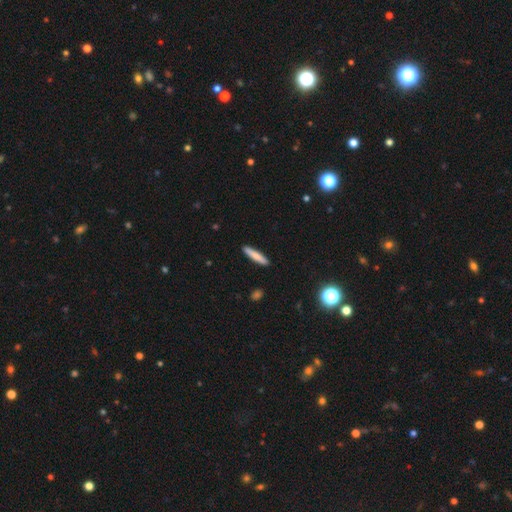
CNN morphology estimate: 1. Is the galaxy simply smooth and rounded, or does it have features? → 77% smooth, 17% featured or disk, 6% star or artifact.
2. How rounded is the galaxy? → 90% cigar-shaped, 9% in between, 1% round.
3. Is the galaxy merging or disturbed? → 91% none, 7% minor disturbance, 1% major disturbance, 1% merger.